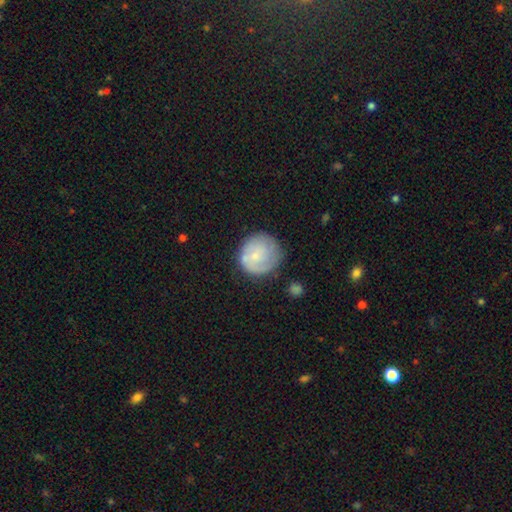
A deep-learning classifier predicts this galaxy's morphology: type=smooth (49%); merging=none (67%).